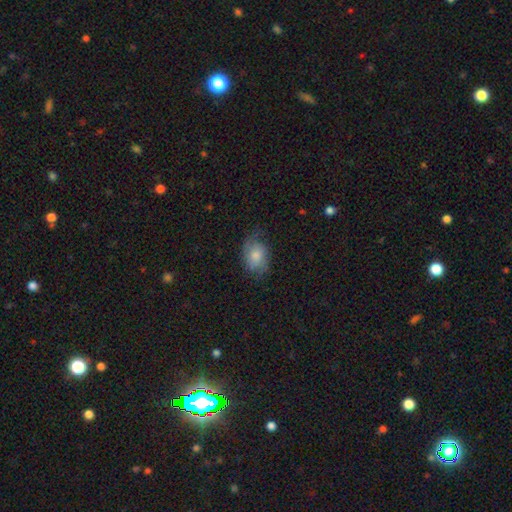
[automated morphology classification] Q: Smooth or featured?
A: smooth (67%); runner-up: featured or disk (26%)
Q: How rounded?
A: in between (73%); runner-up: round (26%)
Q: Merging?
A: none (57%); runner-up: minor disturbance (29%)